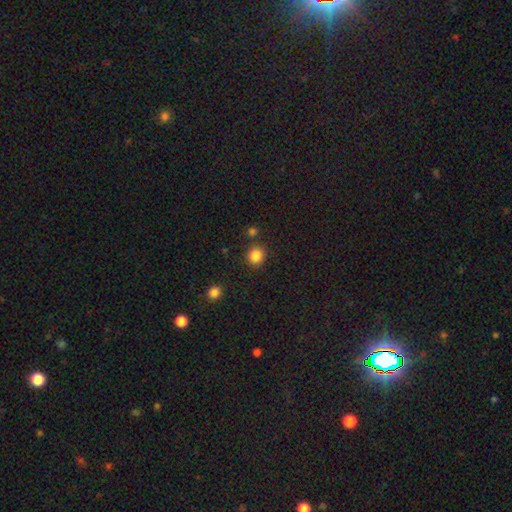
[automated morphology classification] A smooth galaxy with no disk features (86%) that is round (85%).

Vote fractions:
- Smooth or featured? smooth: 86% / star or artifact: 11% / featured or disk: 4%
- How rounded? round: 85% / in between: 14% / cigar-shaped: 1%
- Merging? none: 85% / minor disturbance: 7% / merger: 5% / major disturbance: 2%